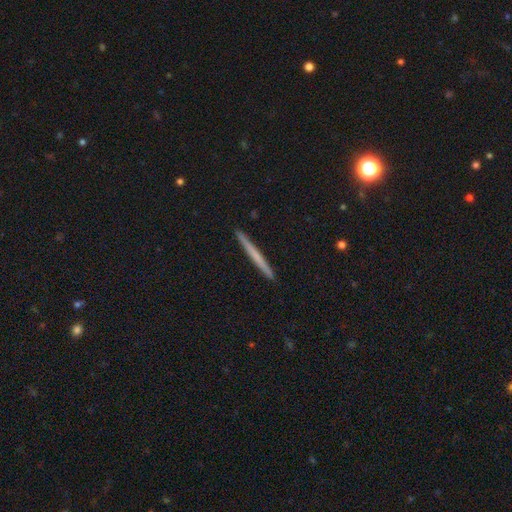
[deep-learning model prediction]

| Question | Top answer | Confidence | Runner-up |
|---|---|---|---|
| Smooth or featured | smooth | 51% | featured or disk (44%) |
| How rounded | cigar-shaped | 97% | in between (1%) |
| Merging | none | 94% | minor disturbance (4%) |